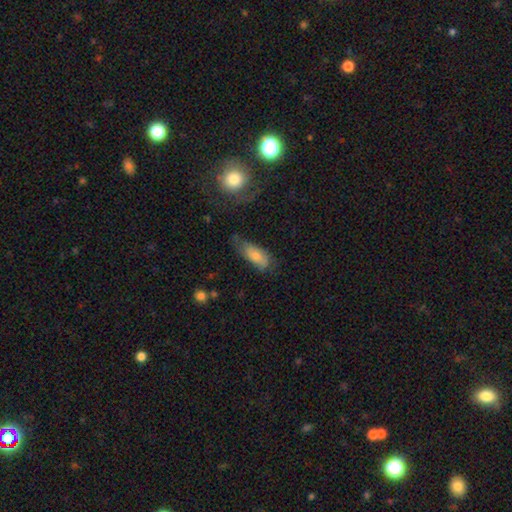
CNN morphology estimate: Q: Smooth or featured?
A: smooth (70%); runner-up: featured or disk (22%)
Q: How rounded?
A: in between (78%); runner-up: cigar-shaped (18%)
Q: Merging?
A: none (45%); runner-up: minor disturbance (33%)